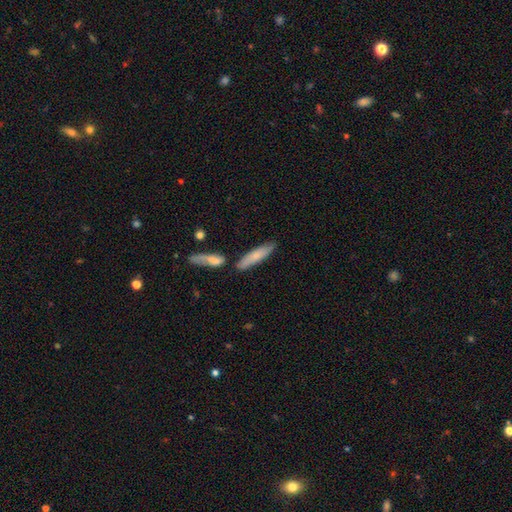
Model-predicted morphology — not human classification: smooth_or_featured: smooth (p=0.70) [alt: featured or disk p=0.25]
how_rounded: cigar-shaped (p=0.74) [alt: in between p=0.24]
merging: none (p=0.67) [alt: merger p=0.16]